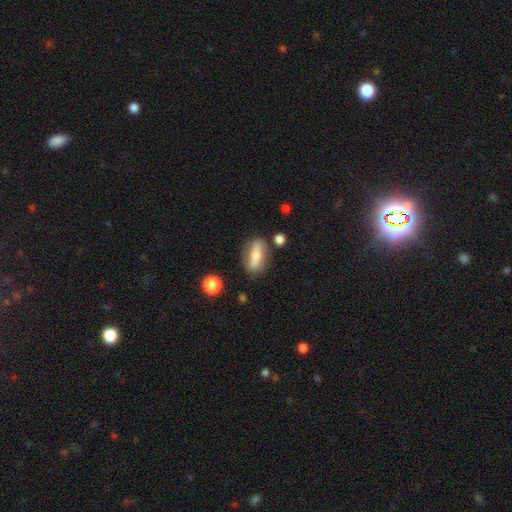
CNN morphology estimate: A smooth galaxy with no disk features (60%) that is in between round and cigar-shaped (65%). Merging: none (78%).